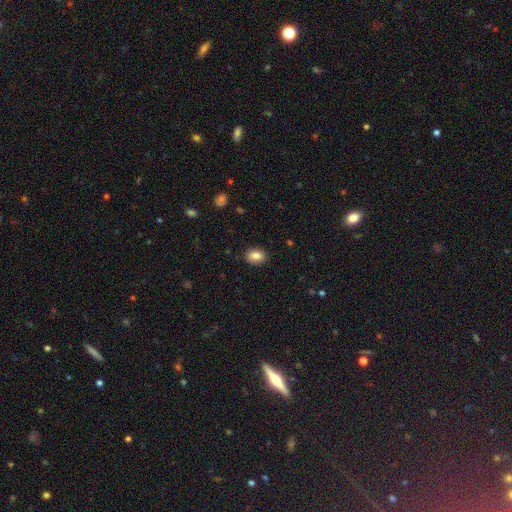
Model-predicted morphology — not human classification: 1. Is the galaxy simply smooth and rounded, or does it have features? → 84% smooth, 9% star or artifact, 7% featured or disk.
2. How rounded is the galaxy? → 69% in between, 30% round, 1% cigar-shaped.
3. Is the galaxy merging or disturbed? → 88% none, 9% minor disturbance, 2% major disturbance, 1% merger.